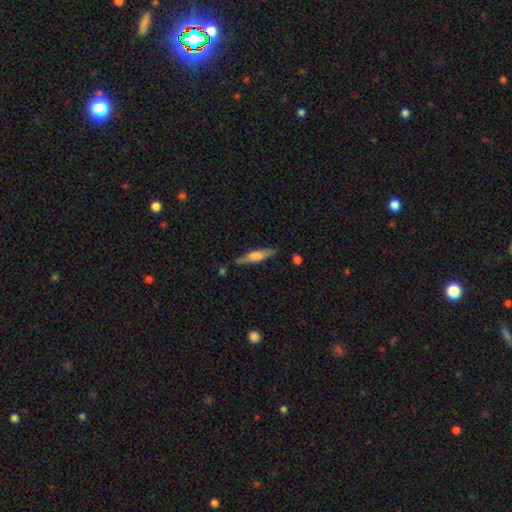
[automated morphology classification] Q: Smooth or featured?
A: featured or disk (47%); runner-up: smooth (46%)
Q: Merging?
A: none (80%); runner-up: minor disturbance (14%)